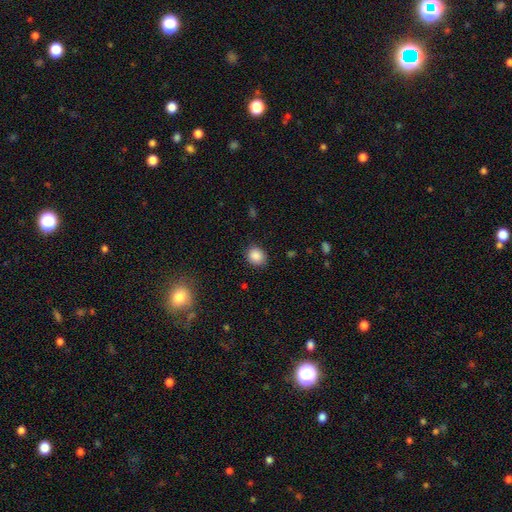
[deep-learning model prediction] A smooth galaxy with no disk features (87%) that is round (72%).

Vote fractions:
- Smooth or featured? smooth: 87% / star or artifact: 9% / featured or disk: 4%
- How rounded? round: 72% / in between: 27% / cigar-shaped: 1%
- Merging? none: 86% / minor disturbance: 10% / major disturbance: 3% / merger: 1%